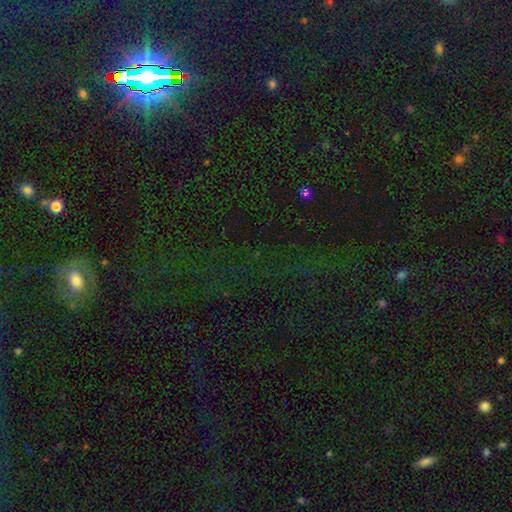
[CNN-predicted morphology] This appears to be a star or artifact, not a galaxy (80%).